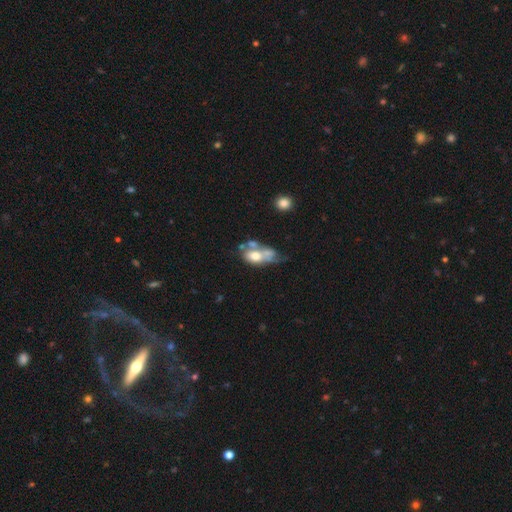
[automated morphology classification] Q: Smooth or featured?
A: smooth (47%); runner-up: featured or disk (44%)
Q: Merging?
A: merger (39%); runner-up: major disturbance (26%)